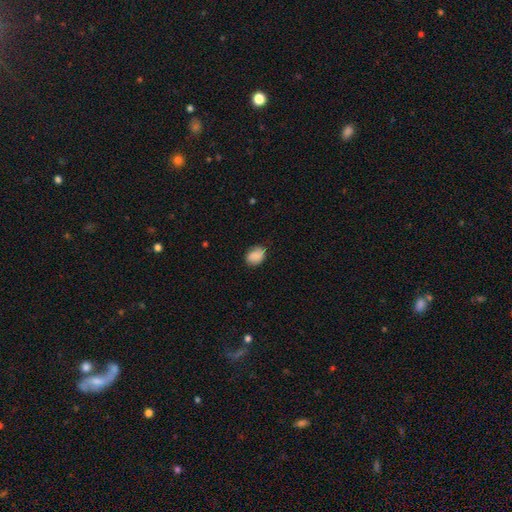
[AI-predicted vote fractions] Smooth or featured? smooth (81%)
How rounded? in between (69%)
Merging? none (73%)